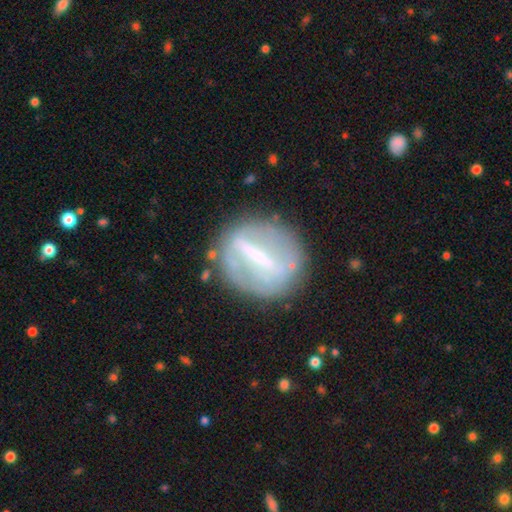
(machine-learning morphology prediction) smooth_or_featured: featured or disk (p=0.67) [alt: smooth p=0.25]
disk_edge_on: no (p=0.86) [alt: yes p=0.14]
bar: strong (p=0.78) [alt: weak p=0.16]
has_spiral_arms: no (p=0.76) [alt: yes p=0.24]
bulge_size: small (p=0.43) [alt: none p=0.28]
merging: none (p=0.74) [alt: minor disturbance p=0.15]